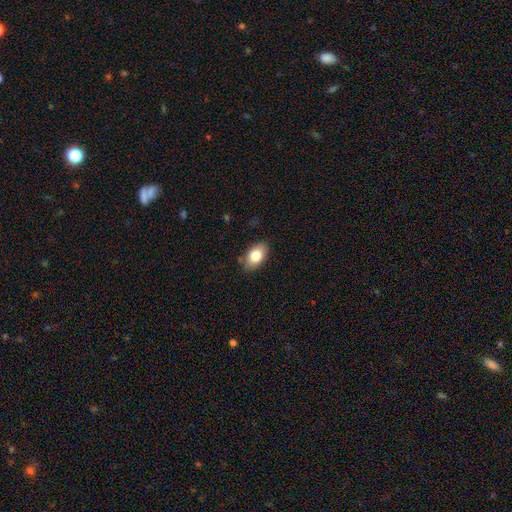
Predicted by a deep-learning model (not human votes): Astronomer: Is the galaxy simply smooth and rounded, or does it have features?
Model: smooth — 80%.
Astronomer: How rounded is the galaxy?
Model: in between — 89%.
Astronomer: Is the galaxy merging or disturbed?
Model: none — 83%.